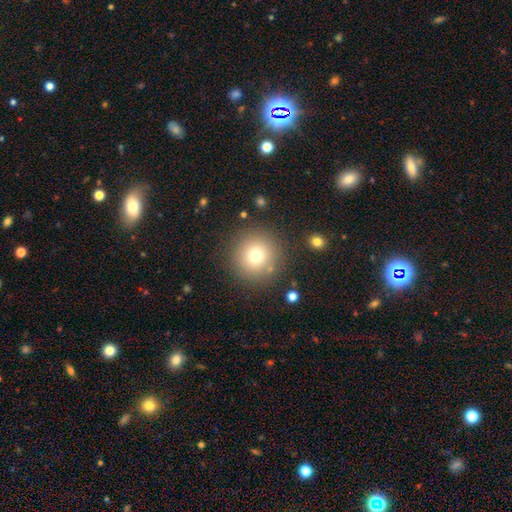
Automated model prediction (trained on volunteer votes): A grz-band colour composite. It shows a smooth galaxy with no disk features (74%) that is round (95%). Merging: none (86%).